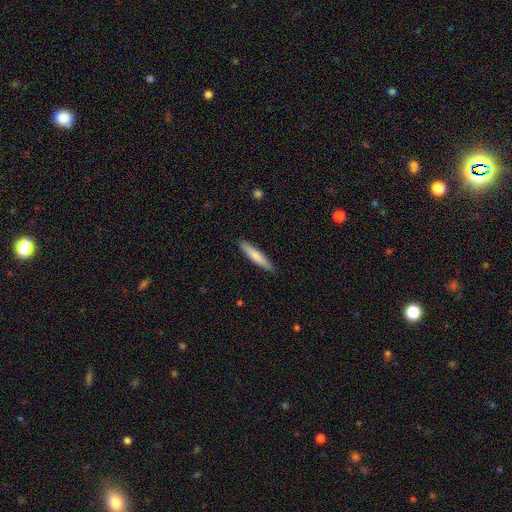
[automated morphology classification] Smooth or featured: smooth — 76% (featured or disk — 19%)
How rounded: cigar-shaped — 90% (in between — 9%)
Merging: none — 89% (minor disturbance — 9%)